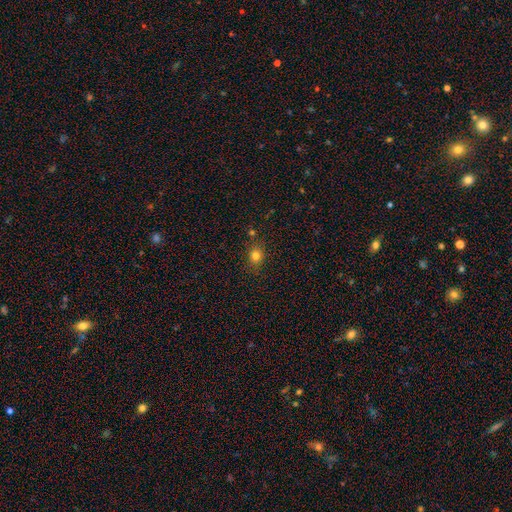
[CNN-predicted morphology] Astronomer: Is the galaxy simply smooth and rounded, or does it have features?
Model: smooth — 79%.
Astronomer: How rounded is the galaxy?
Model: round — 73%.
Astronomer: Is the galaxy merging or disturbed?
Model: none — 81%.